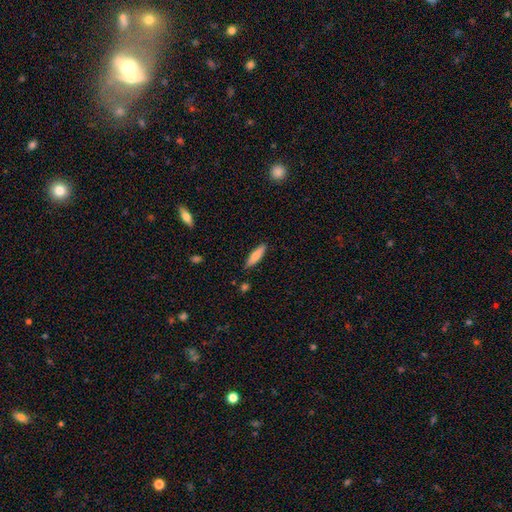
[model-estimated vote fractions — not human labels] A smooth galaxy with no disk features (75%) that is cigar-shaped (64%).

Vote fractions:
- Smooth or featured? smooth: 75% / featured or disk: 19% / star or artifact: 6%
- How rounded? cigar-shaped: 64% / in between: 35% / round: 2%
- Merging? none: 85% / minor disturbance: 11% / major disturbance: 2% / merger: 2%